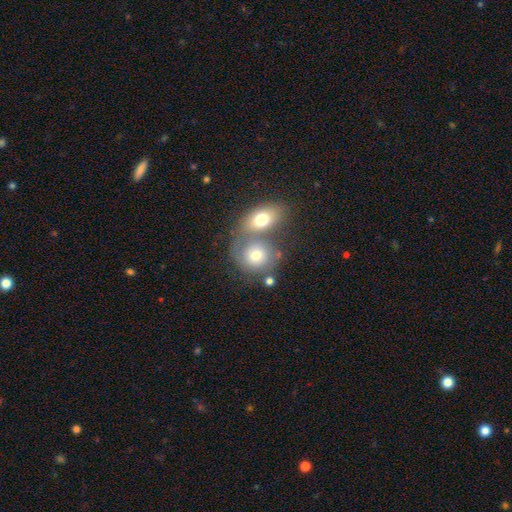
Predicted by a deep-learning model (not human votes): Smooth or featured? smooth (66%)
How rounded? round (72%)
Merging? merger (52%)